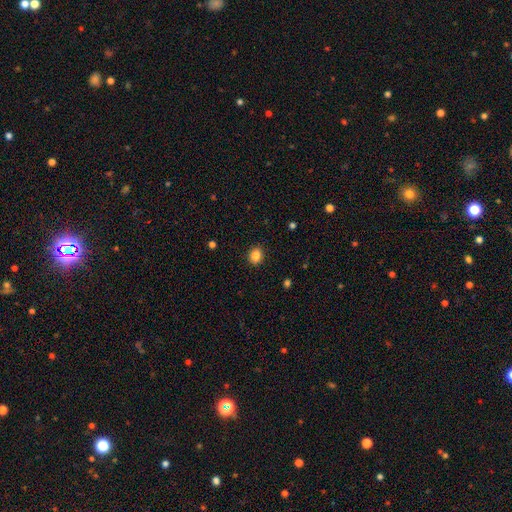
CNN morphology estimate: Q: Smooth or featured?
A: smooth (86%); runner-up: star or artifact (10%)
Q: How rounded?
A: round (54%); runner-up: in between (45%)
Q: Merging?
A: none (90%); runner-up: minor disturbance (7%)